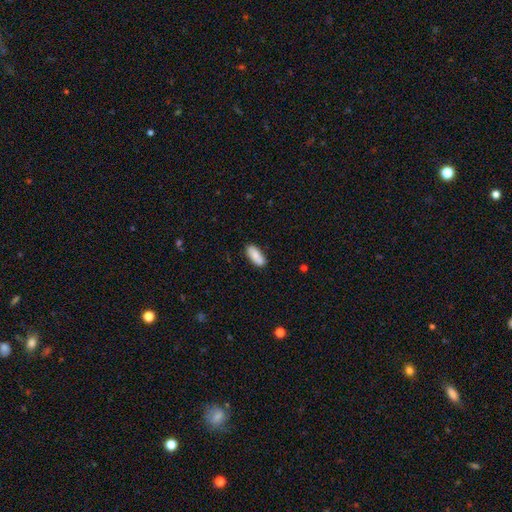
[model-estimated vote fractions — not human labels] Morphology: type=smooth (82%); roundness=in between (82%); merging=none (78%).